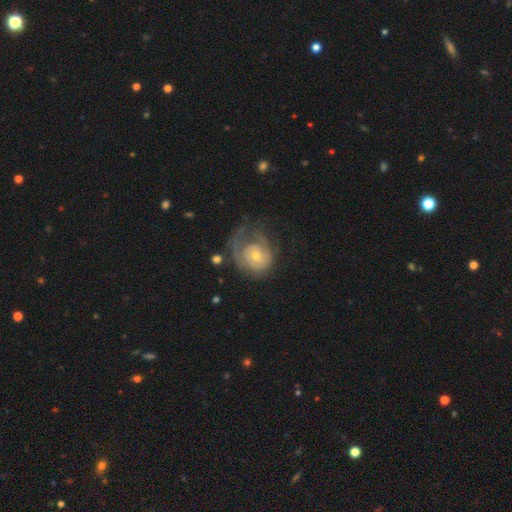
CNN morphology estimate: Smooth or featured?
  - featured or disk: 66% *
  - smooth: 27%
  - star or artifact: 7%
Edge-on disk?
  - no: 97% *
  - yes: 3%
Bar?
  - no: 81% *
  - weak: 16%
  - strong: 3%
Spiral arms?
  - yes: 70% *
  - no: 30%
Bulge size?
  - small: 51% *
  - moderate: 44%
  - large: 3%
  - none: 1%
  - dominant: 1%
Merging?
  - none: 39% *
  - major disturbance: 36%
  - minor disturbance: 22%
  - merger: 3%